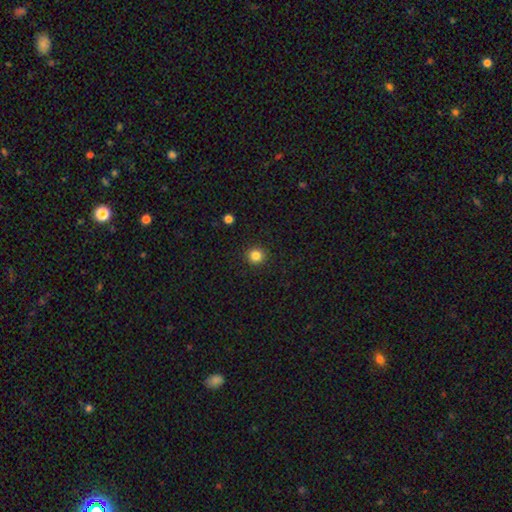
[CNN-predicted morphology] This is clearly a smooth galaxy (84%). How rounded: clearly round (93%). Merging: clearly none (92%).